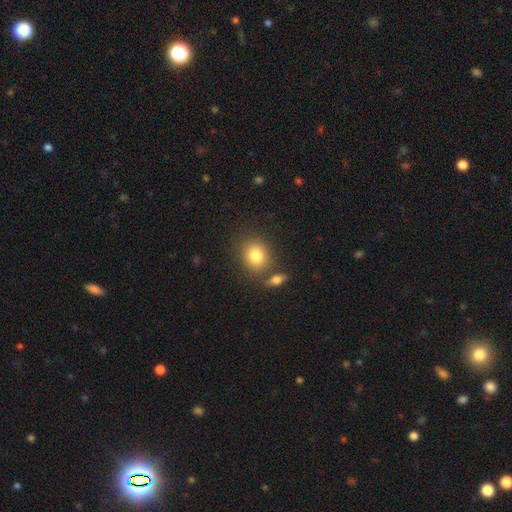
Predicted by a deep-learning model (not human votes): This is clearly a smooth galaxy (82%). How rounded: likely round (63%). Merging: likely none (72%).